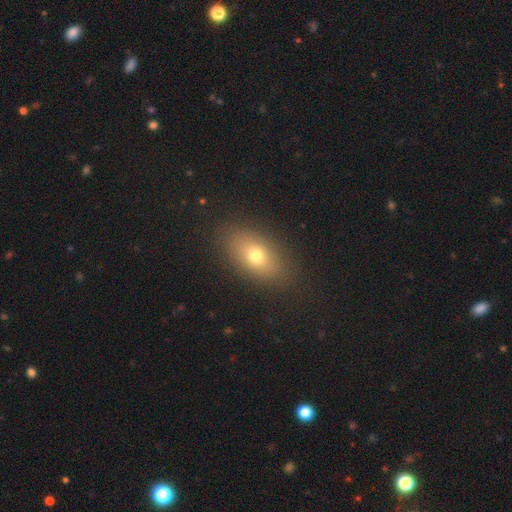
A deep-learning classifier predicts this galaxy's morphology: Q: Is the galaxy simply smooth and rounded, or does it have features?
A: smooth — 71%.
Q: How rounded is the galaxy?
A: in between — 84%.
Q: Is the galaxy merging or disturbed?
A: none — 85%.